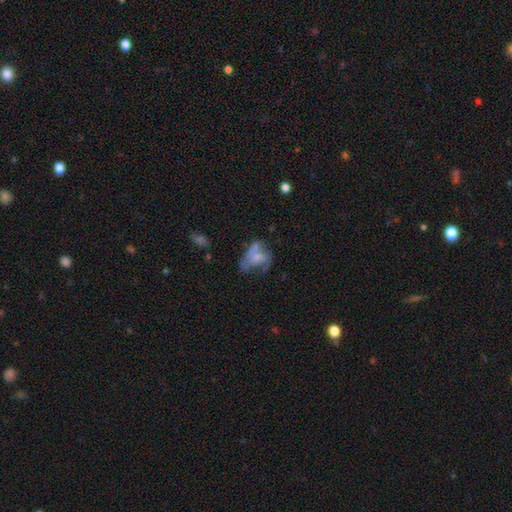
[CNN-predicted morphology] Smooth or featured? Predicted: featured or disk (p=0.48). Merging? Predicted: major disturbance (p=0.38).